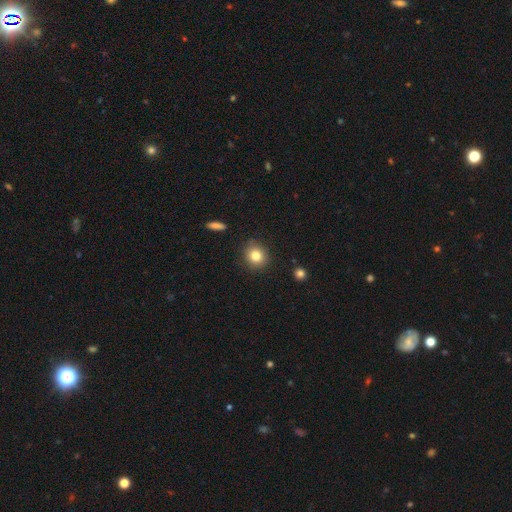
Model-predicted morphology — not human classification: A smooth galaxy with no disk features (82%) that is round (83%). Merging: none (88%).